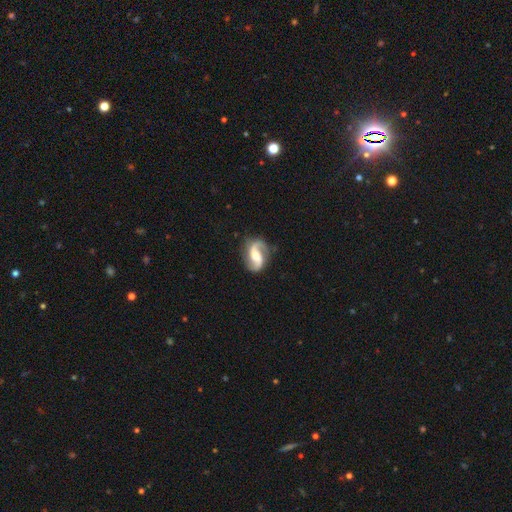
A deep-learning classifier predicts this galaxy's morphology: featured or disk 88%, smooth 7%, star or artifact 5%. Down the decision tree: edge-on disk — no (98%); bar — weak (42%); spiral arms — yes (97%); spiral arm count — 2 (92%); spiral winding — loose (51%); bulge size — moderate (57%); merging — none (77%).